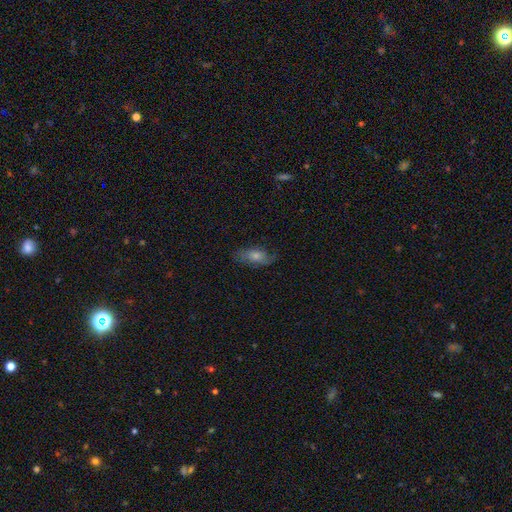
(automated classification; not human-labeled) This is possibly a smooth galaxy (47%). Merging: likely none (71%).